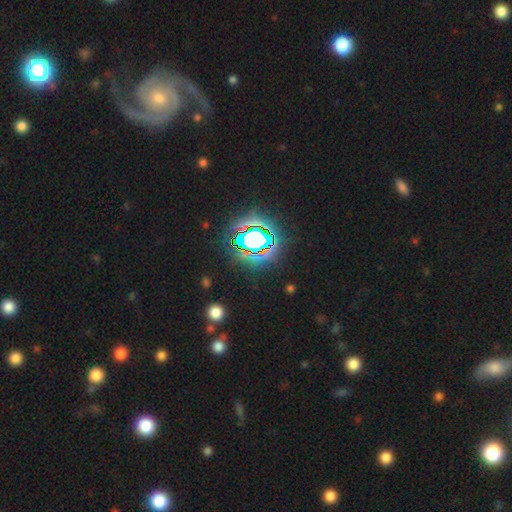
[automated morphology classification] Smooth or featured? Predicted: featured or disk (p=0.47). Merging? Predicted: none (p=0.77).